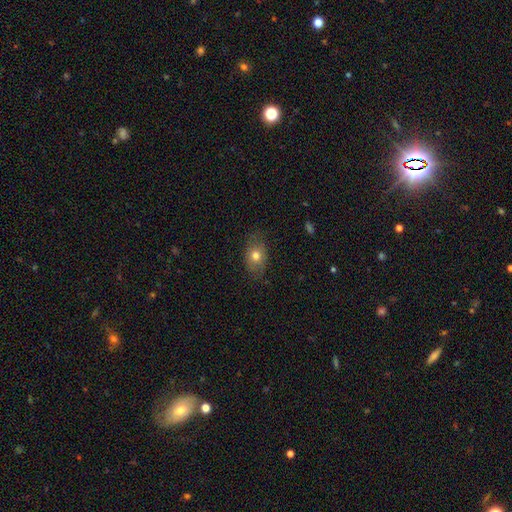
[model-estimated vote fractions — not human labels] This is likely a smooth galaxy (75%). How rounded: likely in between (73%). Merging: likely none (77%).